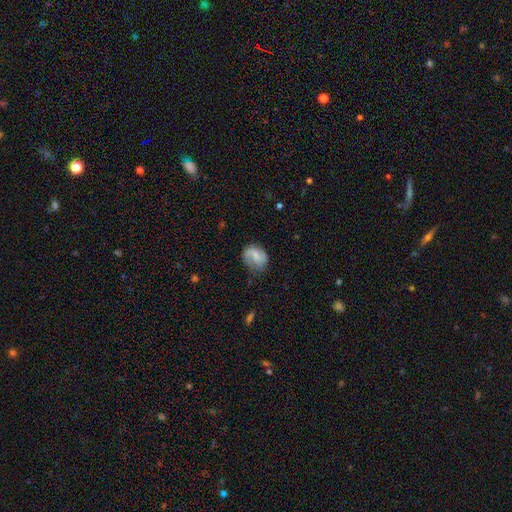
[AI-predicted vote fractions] The model was most divided on "bar": no: 45%, weak: 44%, strong: 11%. Remaining: edge-on disk — no (97%); spiral arms — yes (87%); merging — none (59%); smooth or featured — featured or disk (56%); bulge size — small (46%).